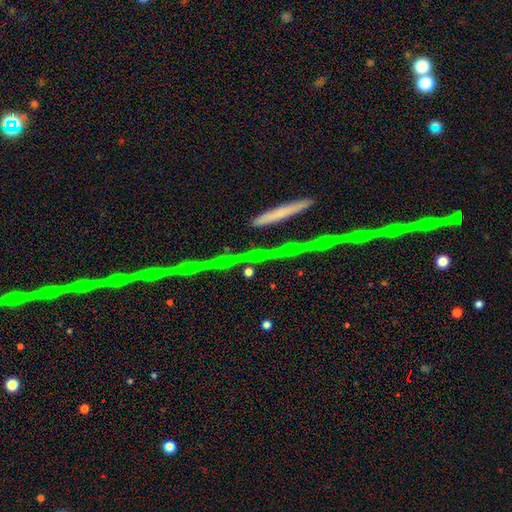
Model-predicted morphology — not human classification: smooth-or-featured: star or artifact: 54% | featured or disk: 27% | smooth: 19%